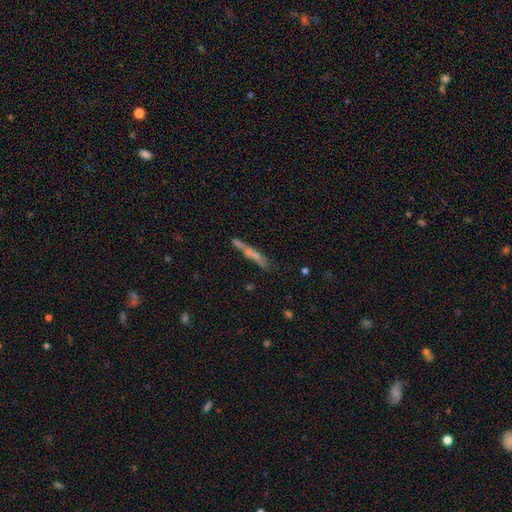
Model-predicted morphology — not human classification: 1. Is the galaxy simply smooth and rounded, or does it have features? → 46% smooth, 44% featured or disk, 10% star or artifact.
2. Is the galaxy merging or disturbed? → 67% none, 17% minor disturbance, 10% merger, 6% major disturbance.